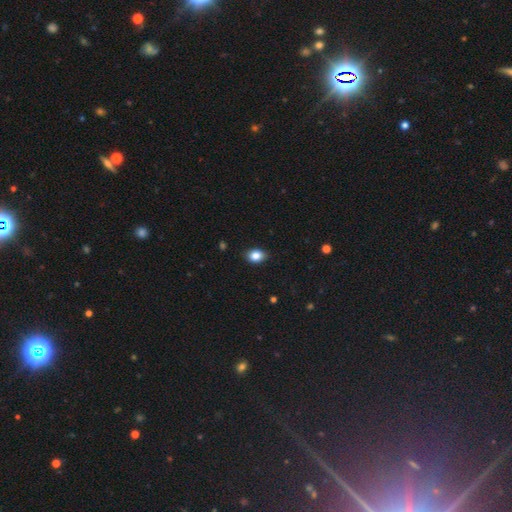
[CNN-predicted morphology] Overall: smooth (85%). How rounded: in between (70%). Merging: none (85%).